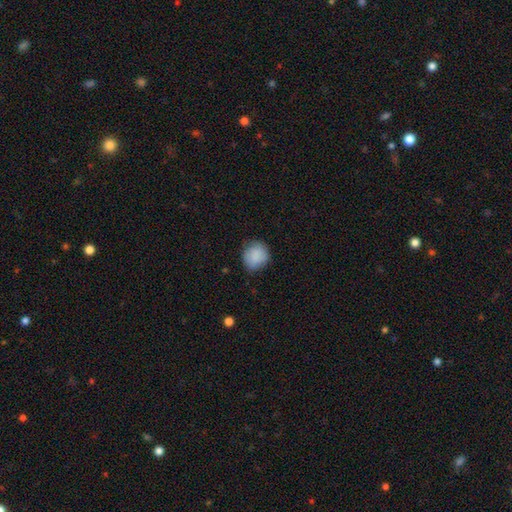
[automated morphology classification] A smooth galaxy with no disk features (87%) that is round (74%). Merging: none (77%).